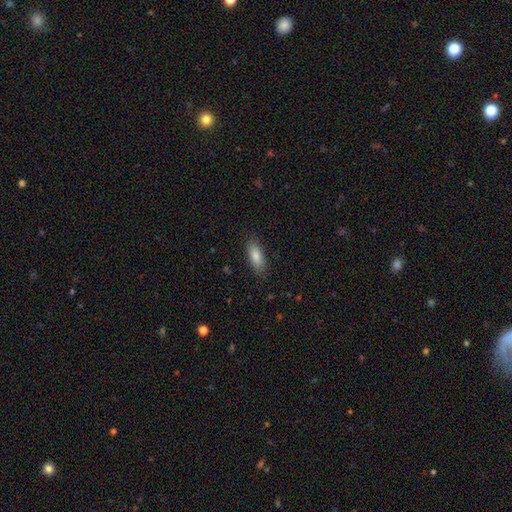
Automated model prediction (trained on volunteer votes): Overall: smooth (82%). How rounded: in between (69%). Merging: none (86%).